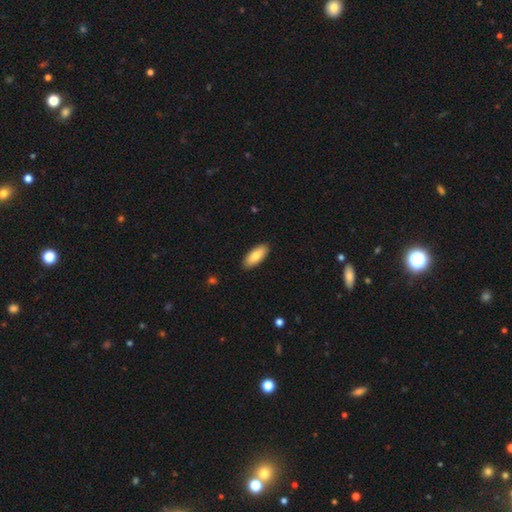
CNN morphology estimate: This is clearly a smooth galaxy (80%). How rounded: clearly in between (83%). Merging: clearly none (90%).